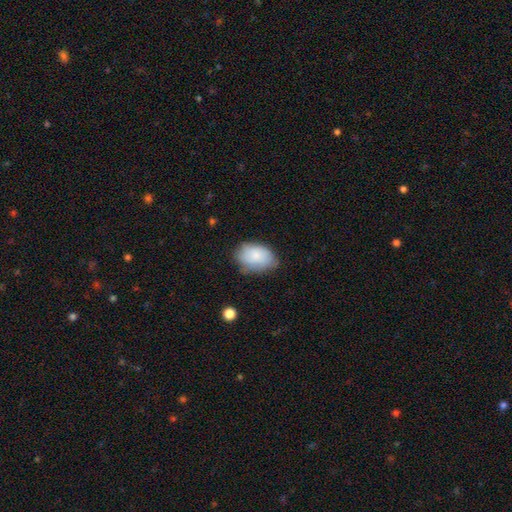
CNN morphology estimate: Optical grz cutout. It shows a smooth galaxy with no disk features (80%) that is in between round and cigar-shaped (86%). Merging: none (61%).